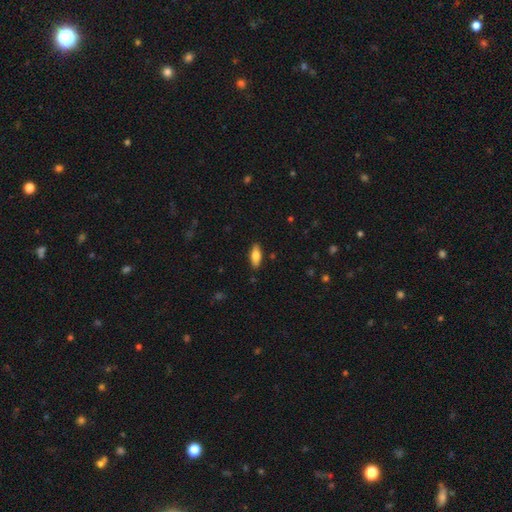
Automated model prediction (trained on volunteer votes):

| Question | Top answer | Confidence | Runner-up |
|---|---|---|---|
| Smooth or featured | smooth | 77% | featured or disk (17%) |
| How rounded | in between | 71% | cigar-shaped (27%) |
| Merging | none | 87% | minor disturbance (9%) |